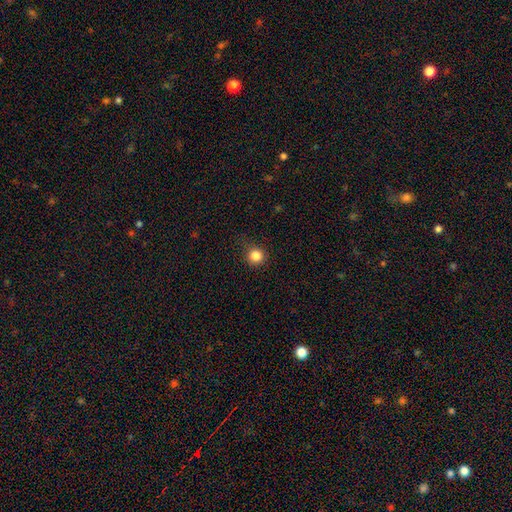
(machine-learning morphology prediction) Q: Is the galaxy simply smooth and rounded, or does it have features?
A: smooth — 84%.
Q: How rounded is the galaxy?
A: round — 94%.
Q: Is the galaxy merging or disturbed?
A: none — 85%.